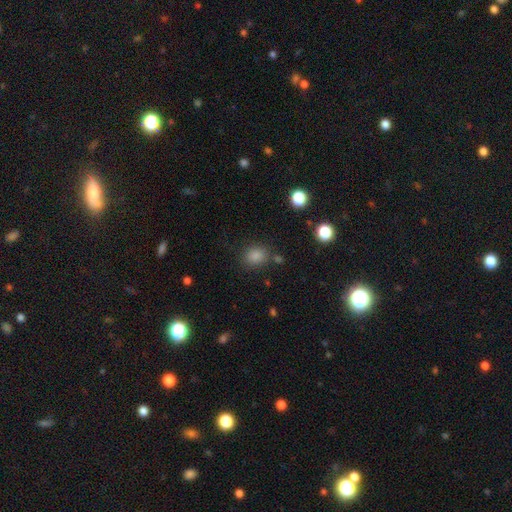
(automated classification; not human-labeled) Morphology: type=smooth (83%); roundness=round (59%); merging=none (78%).